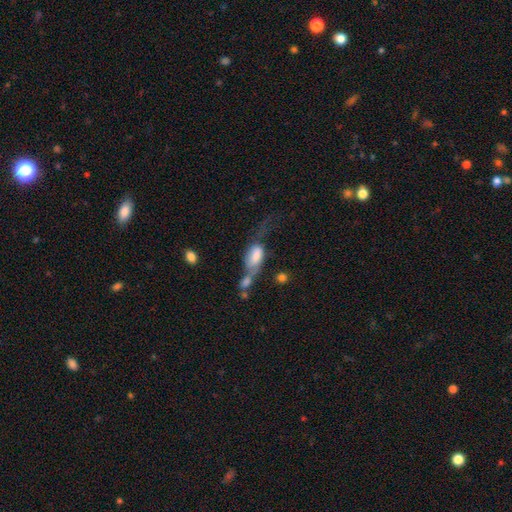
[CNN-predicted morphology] A smooth galaxy with no disk features (54%) that is in between round and cigar-shaped (80%). Merging: merger (42%).